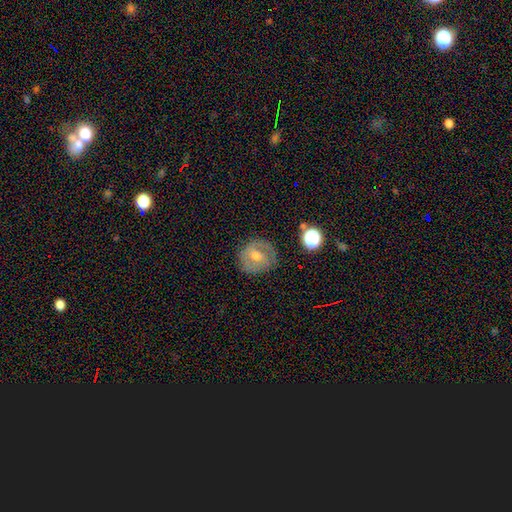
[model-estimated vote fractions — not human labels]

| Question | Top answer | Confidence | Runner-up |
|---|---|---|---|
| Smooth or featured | featured or disk | 62% | smooth (27%) |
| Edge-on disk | no | 97% | yes (3%) |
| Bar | weak | 49% | no (36%) |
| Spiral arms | yes | 79% | no (21%) |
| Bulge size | moderate | 57% | small (37%) |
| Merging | none | 77% | minor disturbance (15%) |